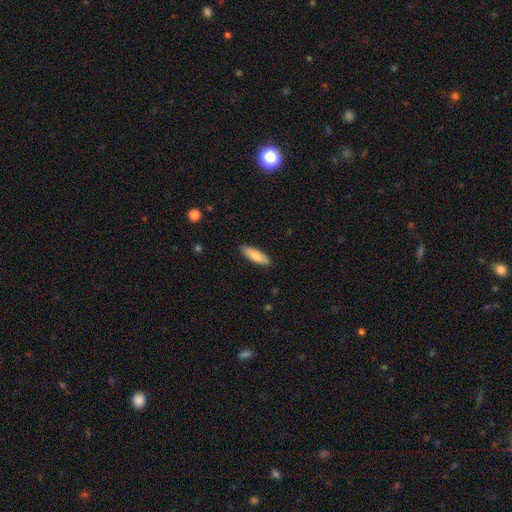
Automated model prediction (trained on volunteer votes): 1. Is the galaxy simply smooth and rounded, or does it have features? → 82% smooth, 12% featured or disk, 6% star or artifact.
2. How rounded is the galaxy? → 51% in between, 48% cigar-shaped, 2% round.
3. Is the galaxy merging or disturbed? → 89% none, 9% minor disturbance, 2% major disturbance, 1% merger.